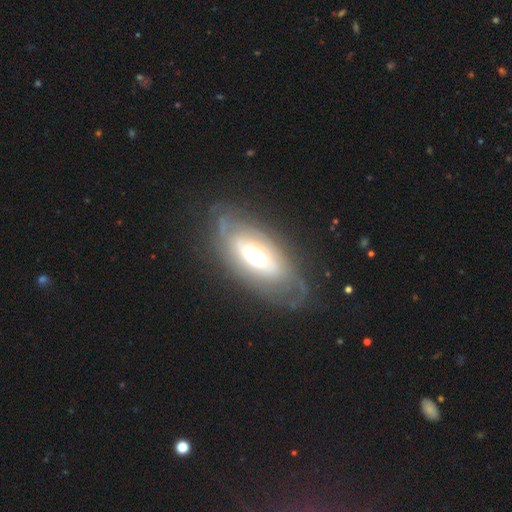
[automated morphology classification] A featured or disk galaxy (70%) with no bar (67%), spiral arms (60%) and a moderate central bulge (54%).

Vote fractions:
- Smooth or featured? featured or disk: 70% / smooth: 24% / star or artifact: 6%
- Edge-on disk? no: 86% / yes: 14%
- Bar? no: 67% / weak: 21% / strong: 12%
- Spiral arms? yes: 60% / no: 40%
- Bulge size? moderate: 54% / large: 34% / small: 7% / dominant: 4% / none: 1%
- Merging? none: 70% / minor disturbance: 18% / major disturbance: 11% / merger: 2%